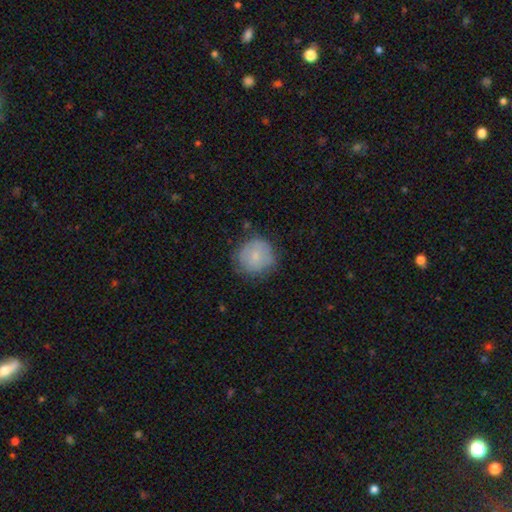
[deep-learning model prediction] This appears to be a smooth galaxy with no disk features (73%) that is round (91%). Merging: none (70%).